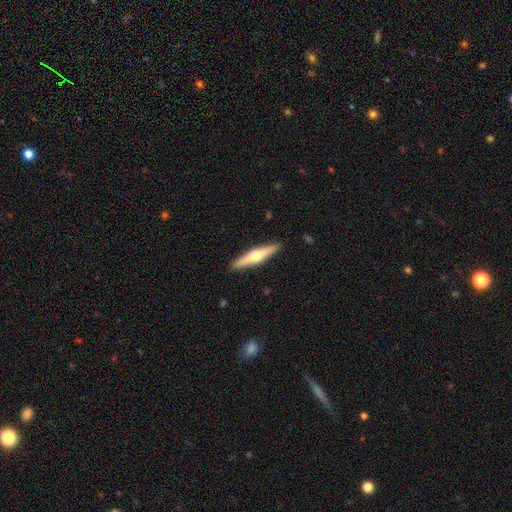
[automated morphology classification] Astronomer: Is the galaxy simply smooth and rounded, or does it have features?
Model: featured or disk — 60% (runner-up: smooth, 35%).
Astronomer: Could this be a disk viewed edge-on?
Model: yes — 97%.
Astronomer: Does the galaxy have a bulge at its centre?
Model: rounded — 93%.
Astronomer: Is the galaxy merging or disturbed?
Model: none — 91%.